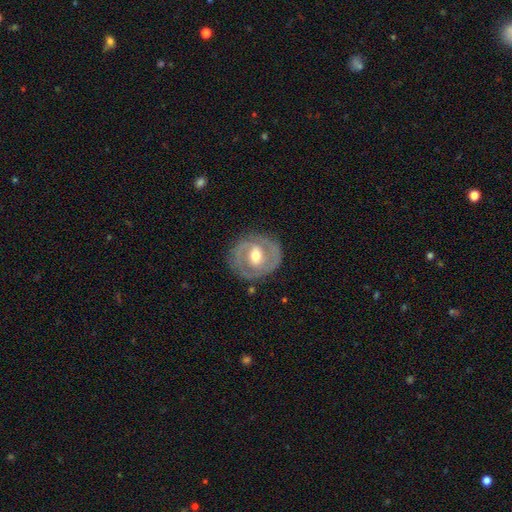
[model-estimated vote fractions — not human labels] Morphology: type=featured or disk (72%); edge-on=no (96%); bar=weak (45%); spiral arms=yes (63%); bulge=moderate (75%); merging=none (79%).